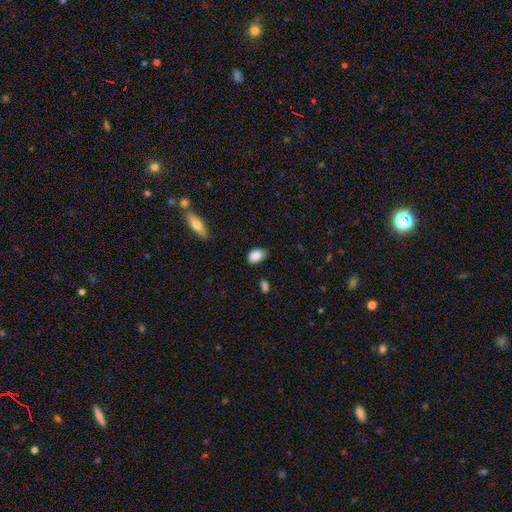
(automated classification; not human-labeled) Overall: smooth (87%). How rounded: in between (87%). Merging: none (77%).